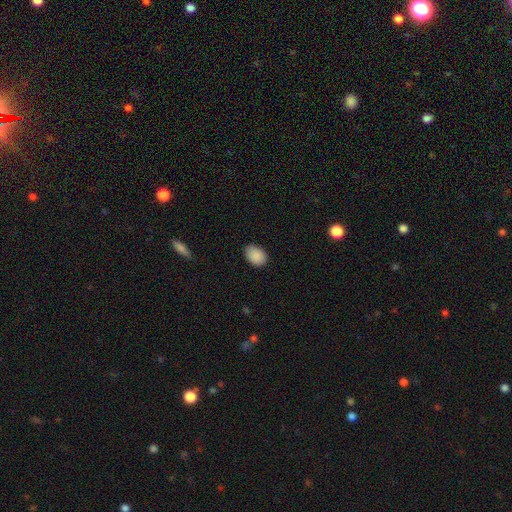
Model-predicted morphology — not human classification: A smooth galaxy with no disk features (89%) that is in between round and cigar-shaped (78%).

Vote fractions:
- Smooth or featured? smooth: 89% / star or artifact: 8% / featured or disk: 3%
- How rounded? in between: 78% / round: 21% / cigar-shaped: 1%
- Merging? none: 84% / minor disturbance: 13% / major disturbance: 2% / merger: 1%